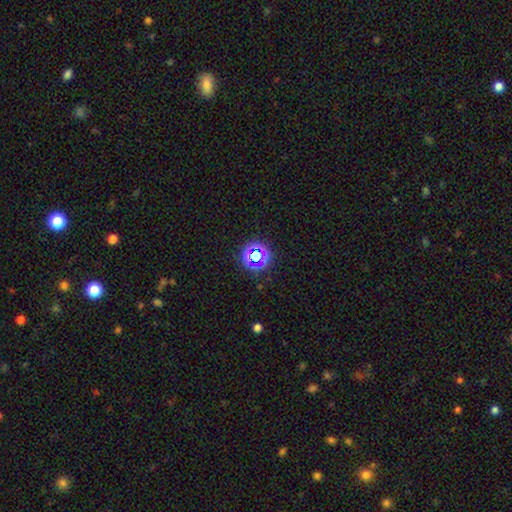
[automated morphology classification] Smooth or featured?
  - star or artifact: 61% *
  - smooth: 27%
  - featured or disk: 11%